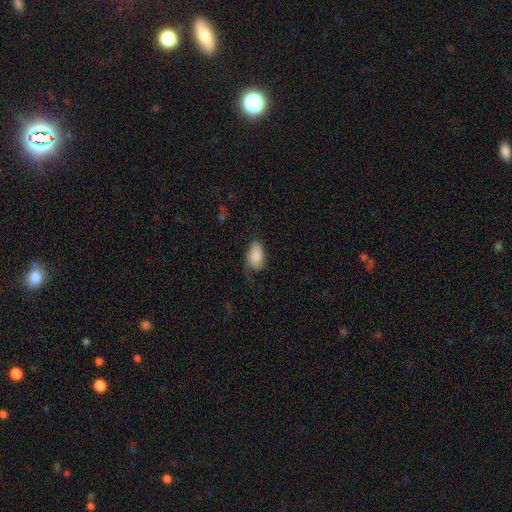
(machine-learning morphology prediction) This appears to be a smooth galaxy with no disk features (85%) that is in between round and cigar-shaped (93%). Merging: none (51%).